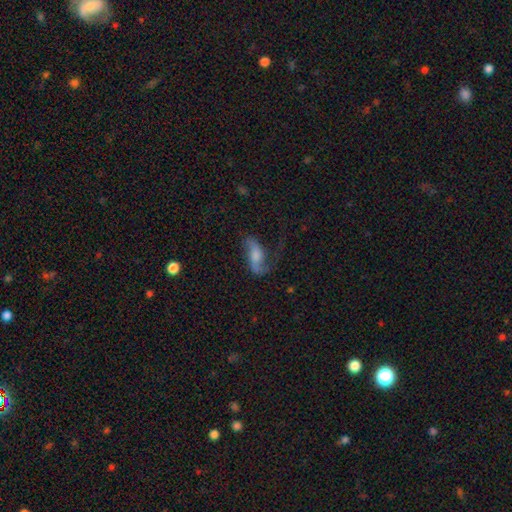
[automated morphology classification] Smooth or featured?
  - featured or disk: 63% *
  - smooth: 29%
  - star or artifact: 8%
Edge-on disk?
  - no: 90% *
  - yes: 10%
Bar?
  - no: 52% *
  - weak: 33%
  - strong: 15%
Spiral arms?
  - yes: 87% *
  - no: 13%
Bulge size?
  - moderate: 37% *
  - small: 28%
  - large: 16%
  - none: 16%
  - dominant: 3%
Merging?
  - none: 49% *
  - major disturbance: 26%
  - minor disturbance: 23%
  - merger: 3%